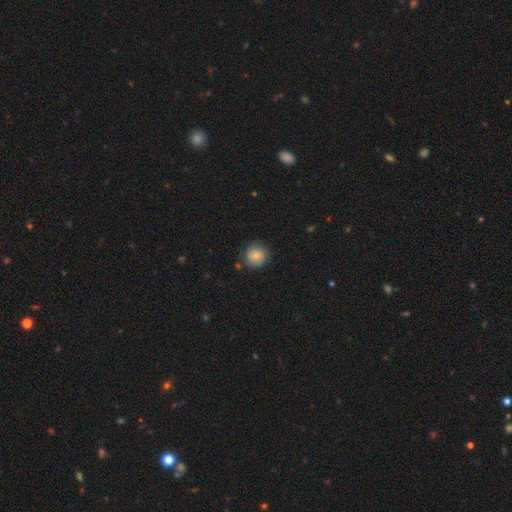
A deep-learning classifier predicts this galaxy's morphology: A smooth galaxy with no disk features (73%) that is round (89%).

Vote fractions:
- Smooth or featured? smooth: 73% / featured or disk: 18% / star or artifact: 8%
- How rounded? round: 89% / in between: 10% / cigar-shaped: 1%
- Merging? none: 79% / minor disturbance: 15% / major disturbance: 4% / merger: 2%